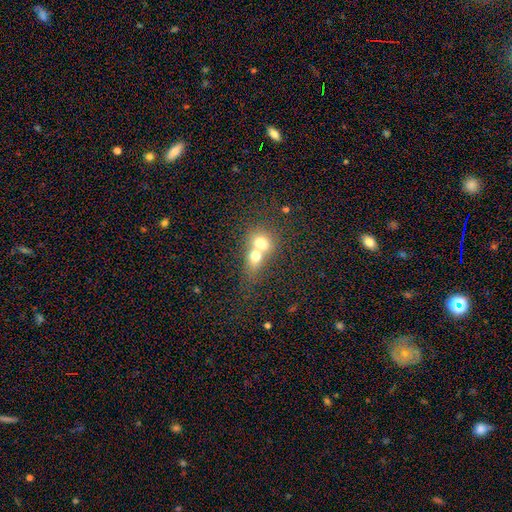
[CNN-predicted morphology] Smooth or featured? Predicted: smooth (p=0.67). How rounded? Predicted: round (p=0.54). Merging? Predicted: merger (p=0.77).